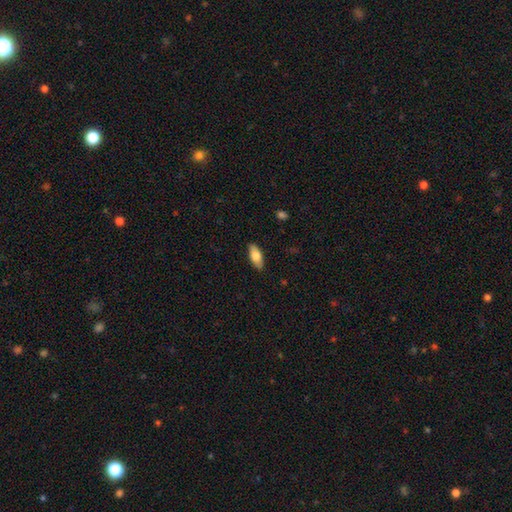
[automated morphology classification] smooth_or_featured: smooth (p=0.74) [alt: featured or disk p=0.19]
how_rounded: in between (p=0.83) [alt: cigar-shaped p=0.15]
merging: none (p=0.87) [alt: minor disturbance p=0.10]